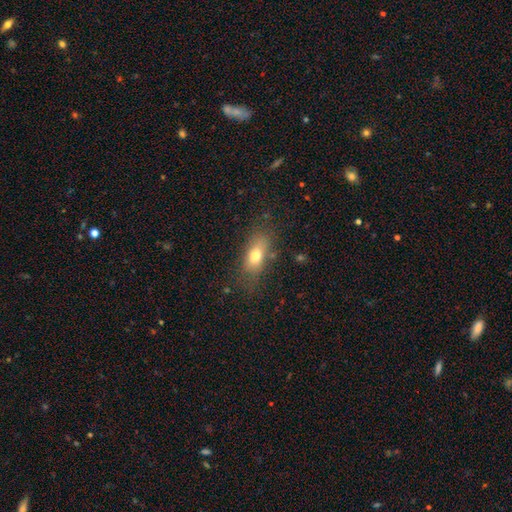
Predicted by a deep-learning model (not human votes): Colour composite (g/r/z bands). It shows a smooth galaxy with no disk features (73%) that is in between round and cigar-shaped (77%). Merging: none (72%).